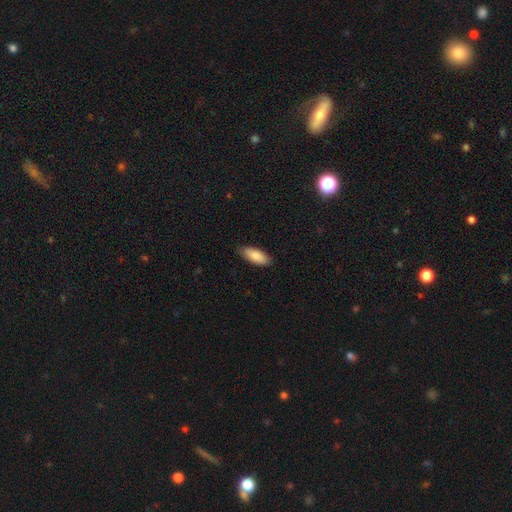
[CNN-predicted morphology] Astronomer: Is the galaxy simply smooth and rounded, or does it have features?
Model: smooth — 85%.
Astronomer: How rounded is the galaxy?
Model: in between — 80%.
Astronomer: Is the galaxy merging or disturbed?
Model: none — 83%.